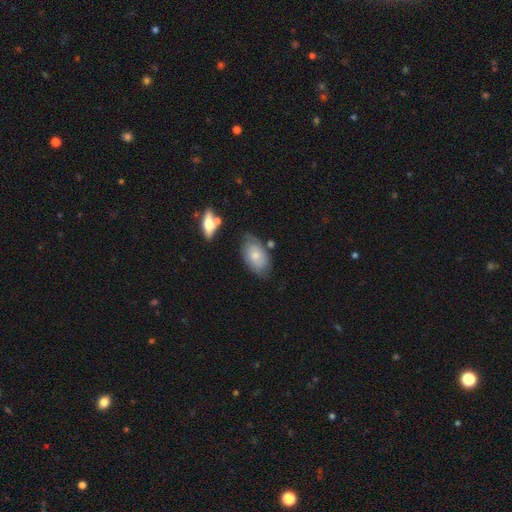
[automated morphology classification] type=smooth (56%); roundness=in between (92%); merging=none (62%).